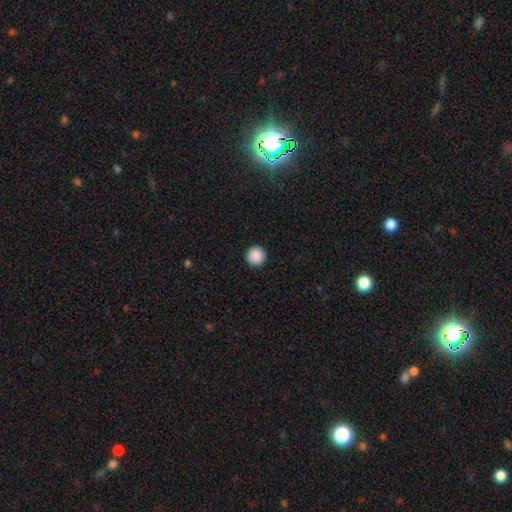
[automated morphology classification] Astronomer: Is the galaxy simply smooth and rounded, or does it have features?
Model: smooth — 89%.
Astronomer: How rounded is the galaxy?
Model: round — 97%.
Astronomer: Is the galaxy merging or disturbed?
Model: none — 94%.